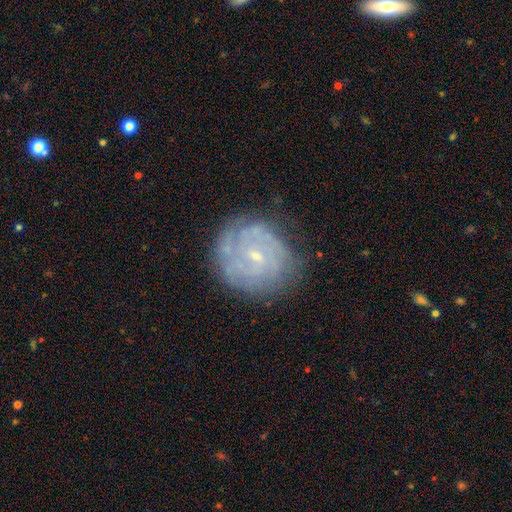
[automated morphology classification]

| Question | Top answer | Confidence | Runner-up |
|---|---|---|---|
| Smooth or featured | featured or disk | 76% | smooth (16%) |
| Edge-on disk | no | 97% | yes (3%) |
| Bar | no | 53% | weak (40%) |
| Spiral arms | yes | 89% | no (11%) |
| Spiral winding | tight | 69% | medium (24%) |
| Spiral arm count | can't tell | 44% | 2 (21%) |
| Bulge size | small | 77% | moderate (18%) |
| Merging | none | 74% | minor disturbance (18%) |